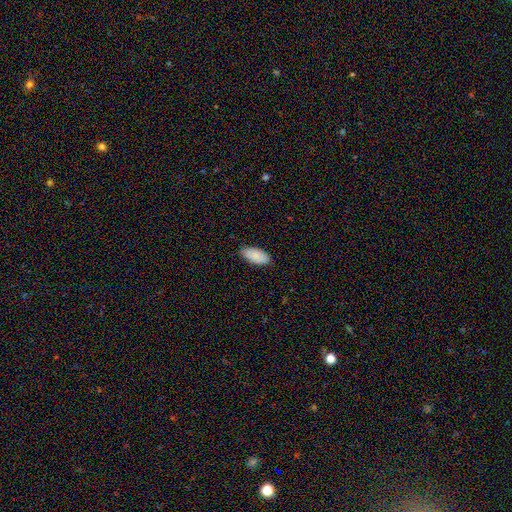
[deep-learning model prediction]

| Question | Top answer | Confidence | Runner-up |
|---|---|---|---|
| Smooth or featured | smooth | 87% | featured or disk (7%) |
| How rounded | in between | 94% | cigar-shaped (5%) |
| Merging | none | 81% | minor disturbance (16%) |